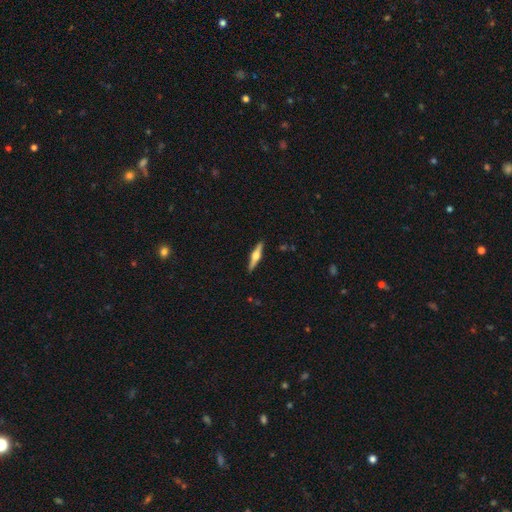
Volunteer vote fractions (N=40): Q: Smooth or featured?
A: featured or disk (80%); runner-up: smooth (15%)
Q: Edge-on disk?
A: yes (100%)
Q: Edge-on bulge?
A: rounded (94%); runner-up: boxy (6%)
Q: Merging?
A: none (87%); runner-up: minor disturbance (13%)